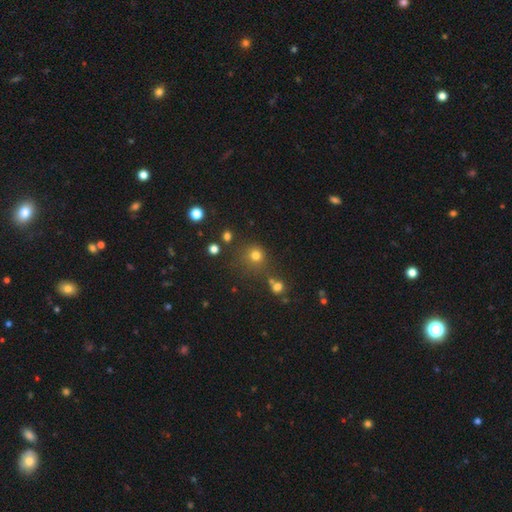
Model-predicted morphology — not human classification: Smooth or featured: smooth — 75% (star or artifact — 19%)
How rounded: round — 91% (in between — 8%)
Merging: none — 73% (merger — 11%)